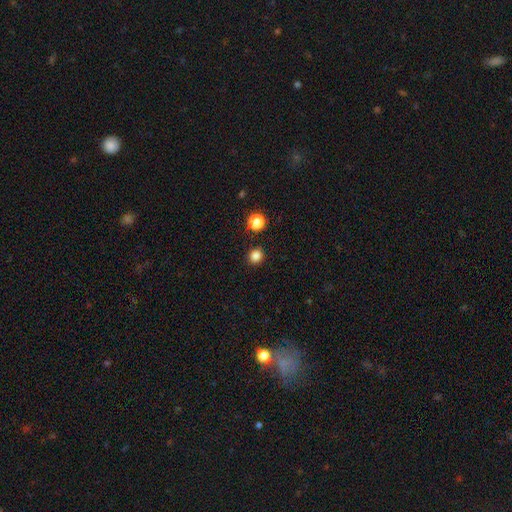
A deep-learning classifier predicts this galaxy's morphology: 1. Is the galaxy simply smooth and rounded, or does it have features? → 84% smooth, 13% star or artifact, 3% featured or disk.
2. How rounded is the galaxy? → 87% round, 12% in between, 1% cigar-shaped.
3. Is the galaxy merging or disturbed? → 89% none, 6% minor disturbance, 2% merger, 2% major disturbance.